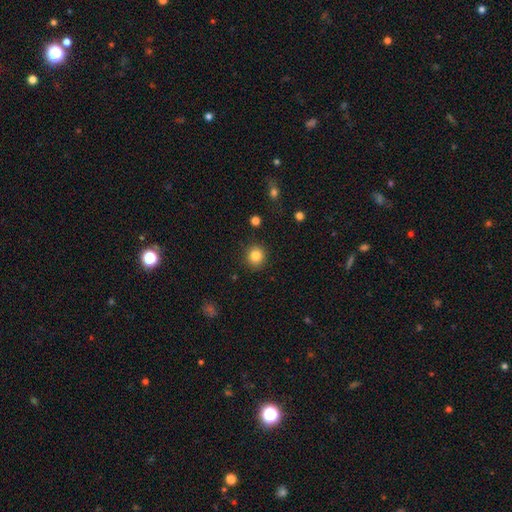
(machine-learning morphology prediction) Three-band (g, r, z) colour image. It shows a smooth galaxy with no disk features (84%) that is round (91%). Merging: none (90%).